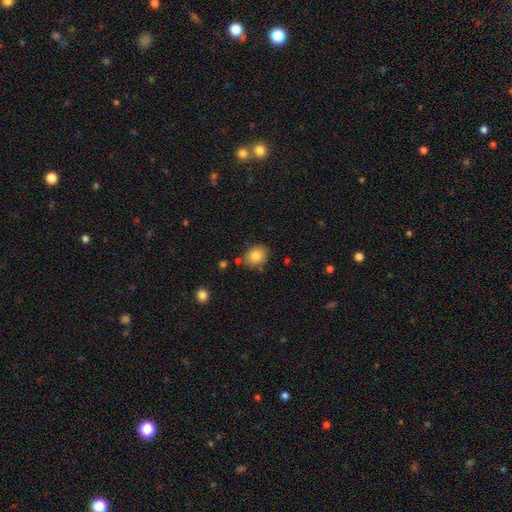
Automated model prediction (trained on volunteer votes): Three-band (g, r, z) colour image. It shows a smooth galaxy with no disk features (83%) that is round (57%). Merging: none (76%).